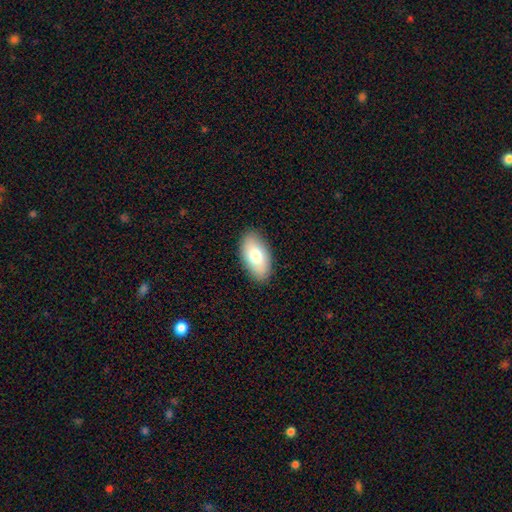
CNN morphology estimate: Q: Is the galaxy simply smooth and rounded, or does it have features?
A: smooth — 76%.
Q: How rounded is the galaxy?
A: in between — 94%.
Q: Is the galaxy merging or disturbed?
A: none — 88%.